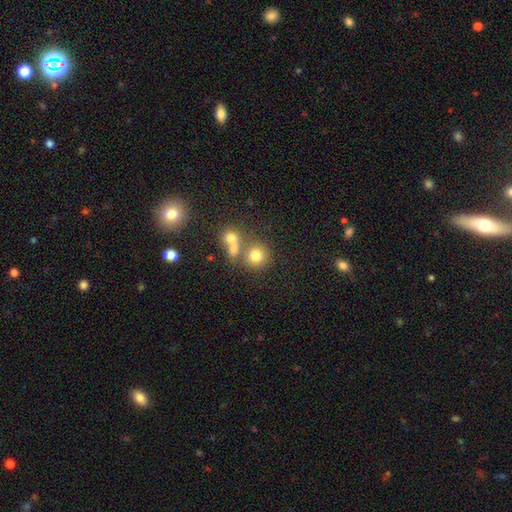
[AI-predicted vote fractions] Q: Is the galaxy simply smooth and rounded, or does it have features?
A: smooth — 75%.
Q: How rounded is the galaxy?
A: round — 88%.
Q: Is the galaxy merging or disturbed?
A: none — 59%.